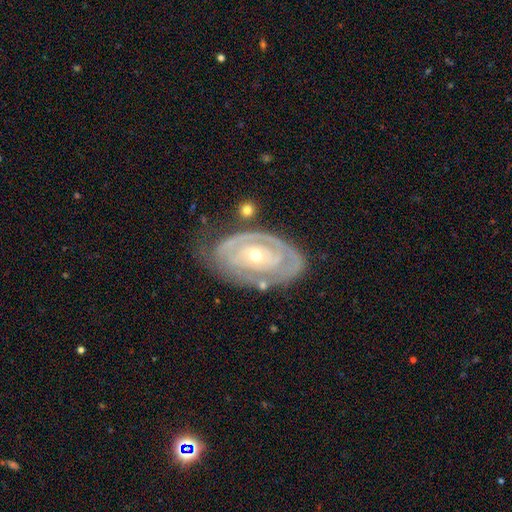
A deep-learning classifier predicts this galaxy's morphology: This appears to be a featured or disk galaxy (83%) with no bar (75%), tight (78%) spiral arms (78%) and a small central bulge (57%). Merging: none (60%).